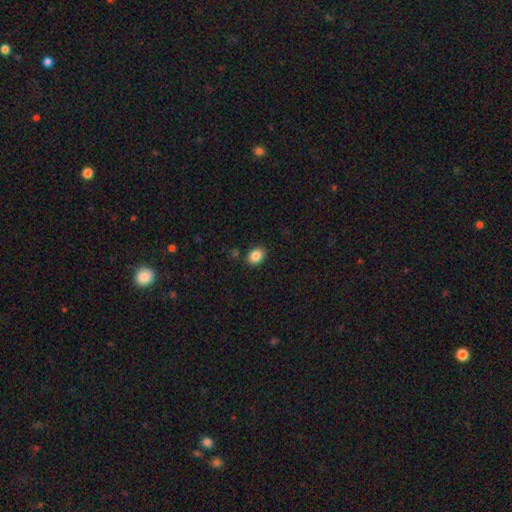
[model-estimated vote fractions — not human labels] Smooth or featured: smooth — 86% (star or artifact — 9%)
How rounded: in between — 65% (round — 34%)
Merging: none — 87% (minor disturbance — 9%)